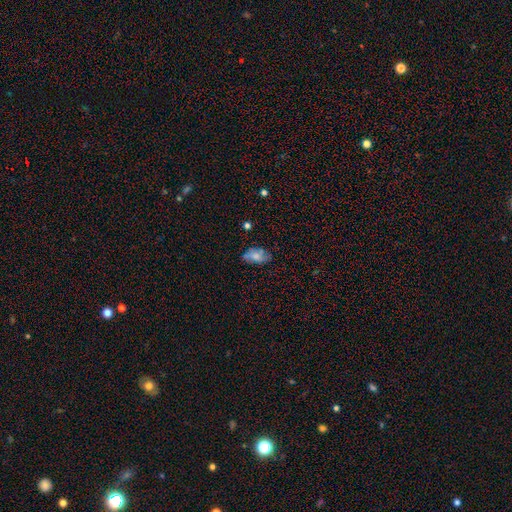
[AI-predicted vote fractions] Q: Smooth or featured?
A: smooth (64%); runner-up: featured or disk (27%)
Q: How rounded?
A: in between (90%); runner-up: round (7%)
Q: Merging?
A: none (65%); runner-up: minor disturbance (24%)